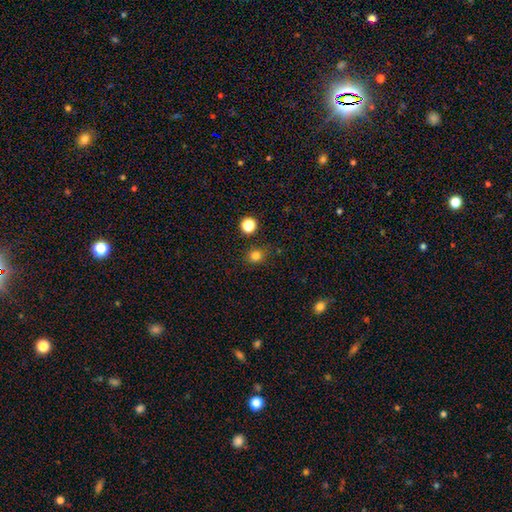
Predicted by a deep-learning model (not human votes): Overall: smooth (80%). How rounded: round (82%). Merging: none (85%).